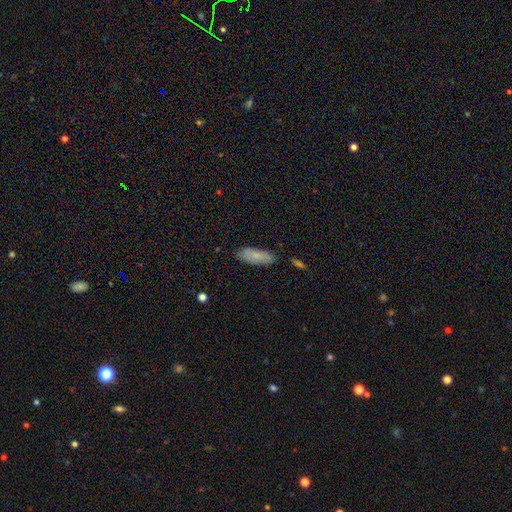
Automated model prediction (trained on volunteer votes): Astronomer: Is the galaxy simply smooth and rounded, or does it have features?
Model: smooth — 81%.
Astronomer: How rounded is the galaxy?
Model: in between — 69%.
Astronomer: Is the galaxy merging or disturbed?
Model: none — 80%.